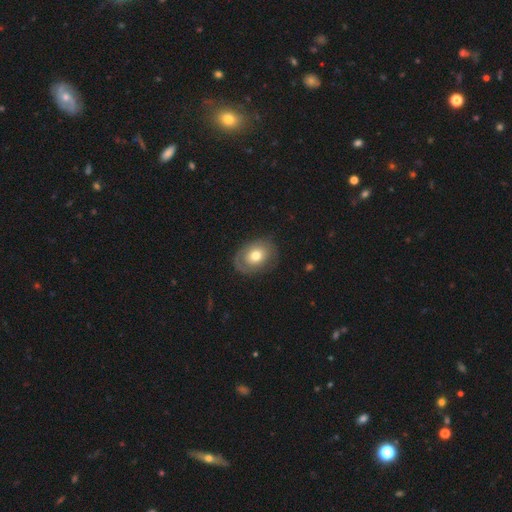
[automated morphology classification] Smooth or featured: smooth — 58% (featured or disk — 35%)
How rounded: in between — 63% (round — 36%)
Merging: none — 77% (minor disturbance — 16%)